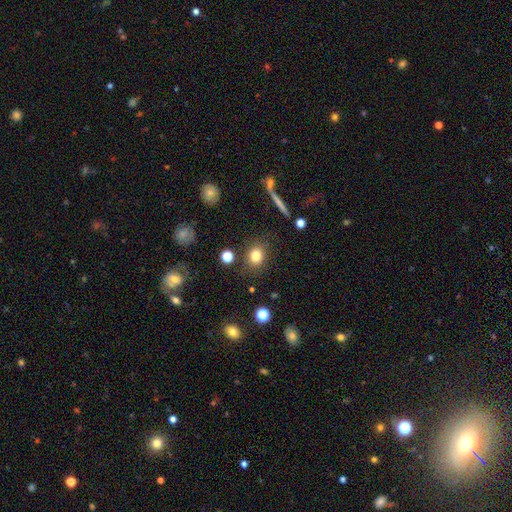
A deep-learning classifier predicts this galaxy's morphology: Overall: smooth (81%). How rounded: round (67%; in between 31%). Merging: none (82%).